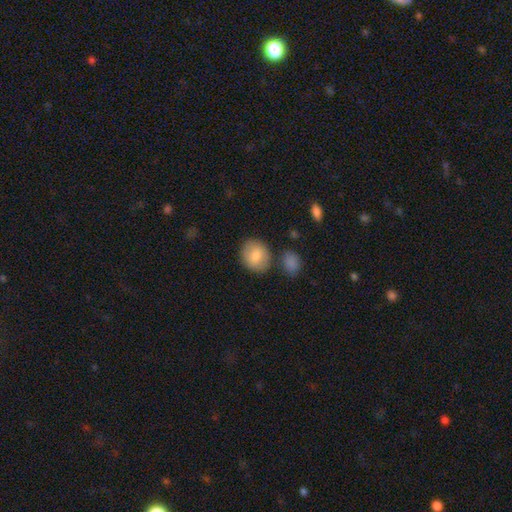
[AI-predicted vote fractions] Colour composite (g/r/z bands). It shows a smooth galaxy with no disk features (82%) that is round (57%). Merging: none (75%).